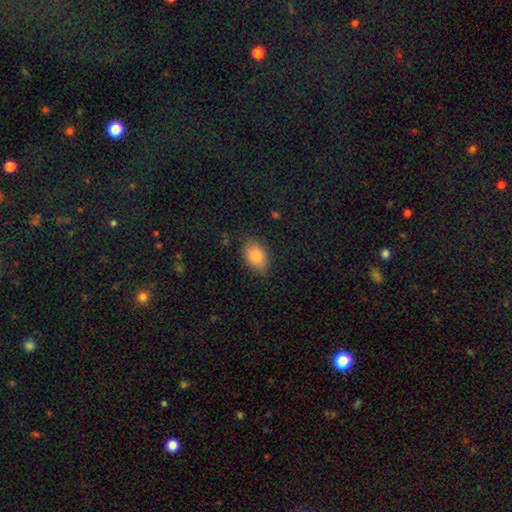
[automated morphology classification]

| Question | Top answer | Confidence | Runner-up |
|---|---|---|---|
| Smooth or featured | smooth | 84% | star or artifact (8%) |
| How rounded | in between | 83% | round (16%) |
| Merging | none | 77% | minor disturbance (18%) |